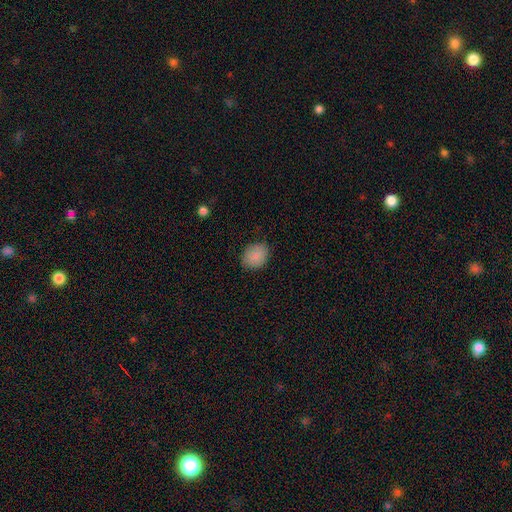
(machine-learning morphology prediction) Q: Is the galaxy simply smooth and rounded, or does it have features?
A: smooth — 88%.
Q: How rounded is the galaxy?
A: in between — 55%.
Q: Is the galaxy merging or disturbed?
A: none — 83%.